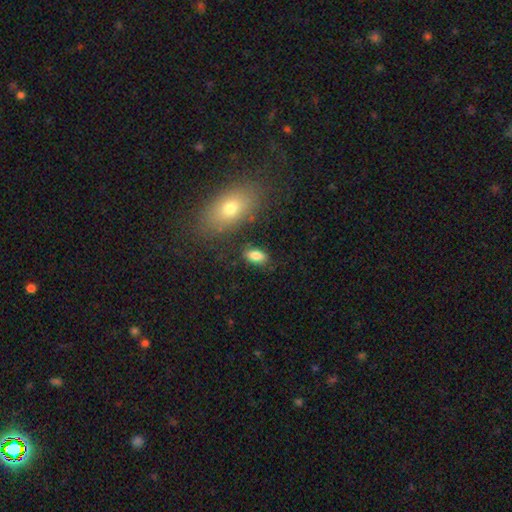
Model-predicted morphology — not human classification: Smooth or featured? Predicted: smooth (p=0.84). How rounded? Predicted: in between (p=0.90). Merging? Predicted: none (p=0.80).